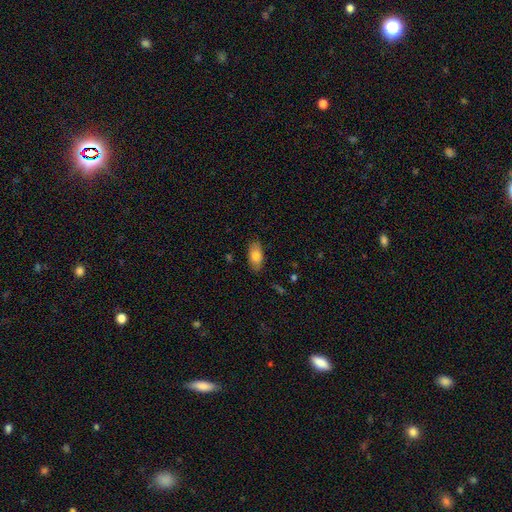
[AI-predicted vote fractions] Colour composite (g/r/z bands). It shows a smooth galaxy with no disk features (81%) that is in between round and cigar-shaped (92%). Merging: none (83%).